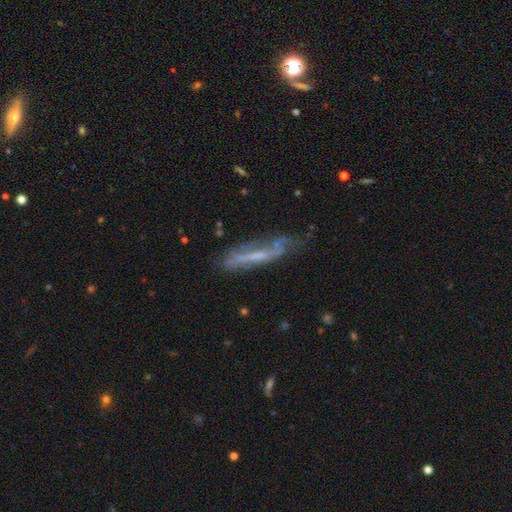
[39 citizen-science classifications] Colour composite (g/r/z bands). It shows a featured or disk galaxy (62%) viewed edge-on (62%) with no central bulge (40%, tied with rounded). Merging: none (53%).